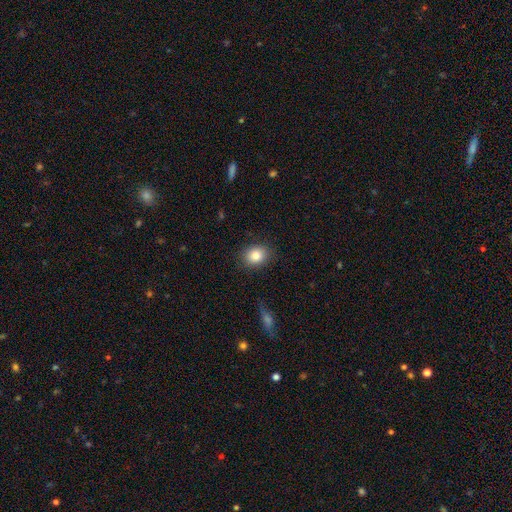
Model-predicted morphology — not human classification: Smooth or featured? smooth (84%)
How rounded? in between (51%)
Merging? none (86%)